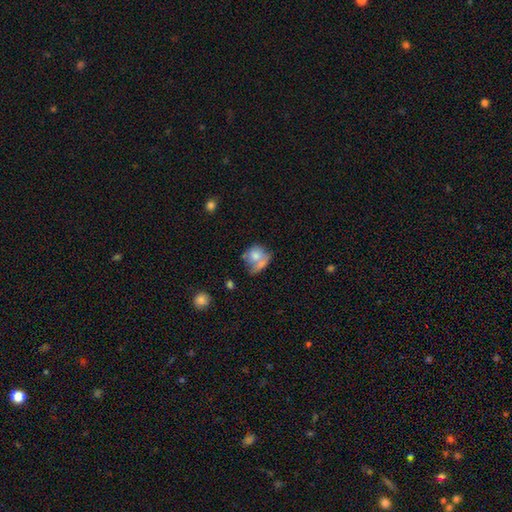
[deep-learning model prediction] smooth-or-featured: smooth: 71% | featured or disk: 21% | star or artifact: 8%
  how-rounded: round: 68% | in between: 31% | cigar-shaped: 1%
  merging: merger: 38% | none: 31% | minor disturbance: 18% | major disturbance: 13%